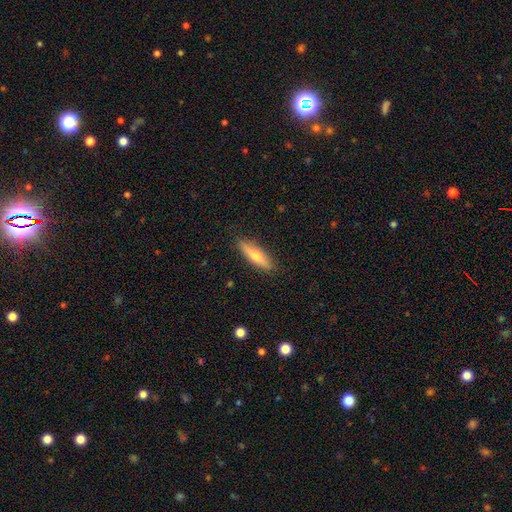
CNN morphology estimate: Q: Smooth or featured?
A: smooth (59%); runner-up: featured or disk (34%)
Q: How rounded?
A: cigar-shaped (67%); runner-up: in between (31%)
Q: Merging?
A: none (88%); runner-up: minor disturbance (9%)